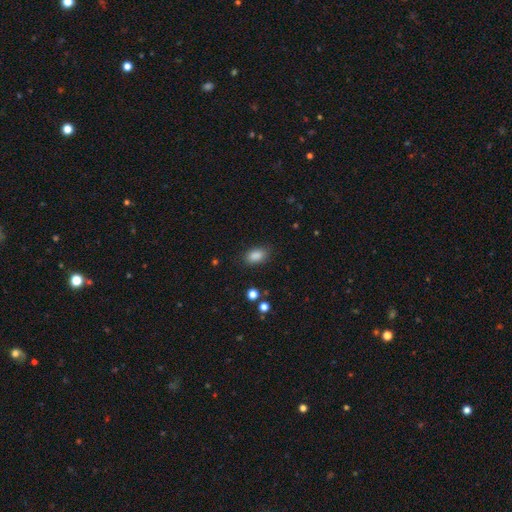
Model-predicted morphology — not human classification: A smooth galaxy with no disk features (87%) that is in between round and cigar-shaped (88%). Merging: none (84%).